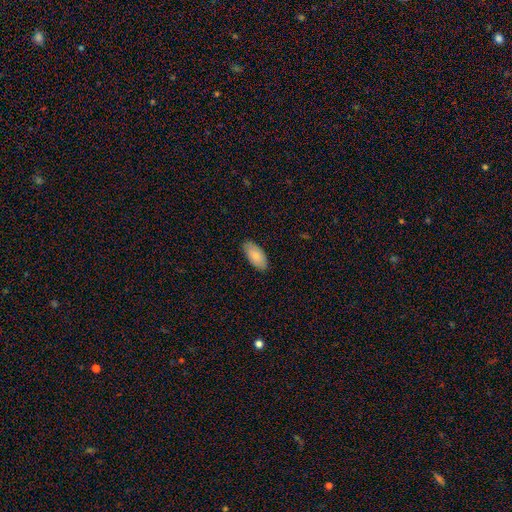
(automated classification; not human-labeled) Smooth or featured? smooth (86%)
How rounded? in between (93%)
Merging? none (86%)